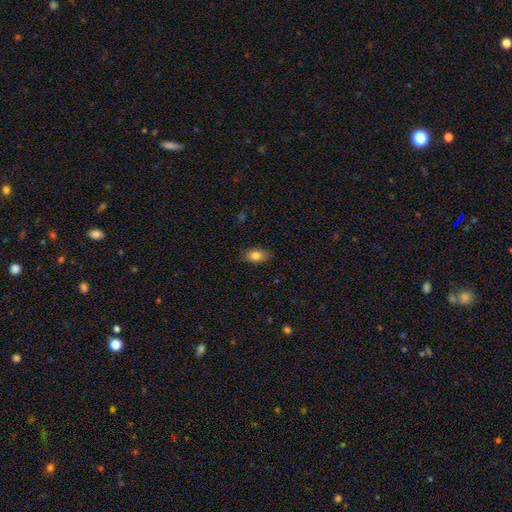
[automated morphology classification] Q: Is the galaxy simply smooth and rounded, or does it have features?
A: smooth — 82%.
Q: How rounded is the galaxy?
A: in between — 88%.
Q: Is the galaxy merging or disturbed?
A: none — 84%.